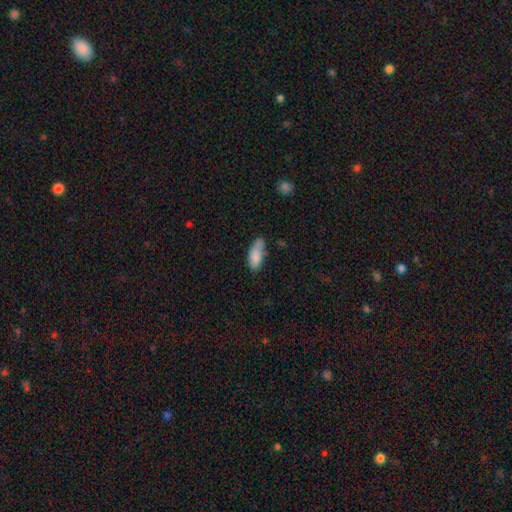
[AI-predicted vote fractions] smooth 84%, featured or disk 9%, star or artifact 7%. Down the decision tree: how rounded — in between (83%); merging — none (52%).